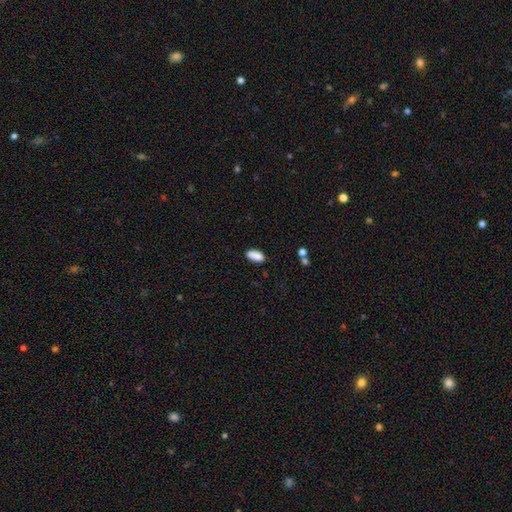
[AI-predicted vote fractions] smooth 85%, star or artifact 8%, featured or disk 7%. Down the decision tree: how rounded — in between (87%); merging — none (69%).